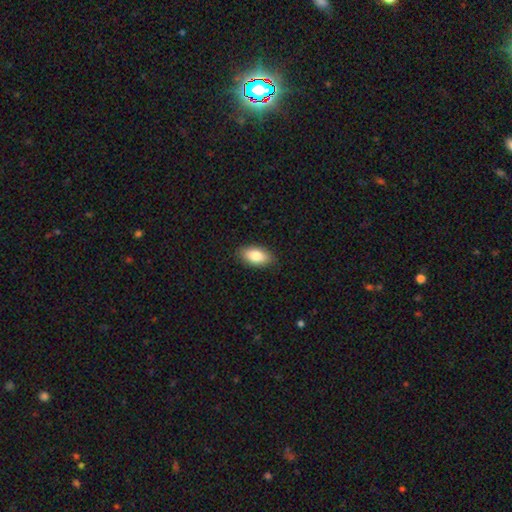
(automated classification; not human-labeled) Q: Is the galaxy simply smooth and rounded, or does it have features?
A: smooth — 84%.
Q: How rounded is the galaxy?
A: in between — 93%.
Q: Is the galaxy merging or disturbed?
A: none — 87%.